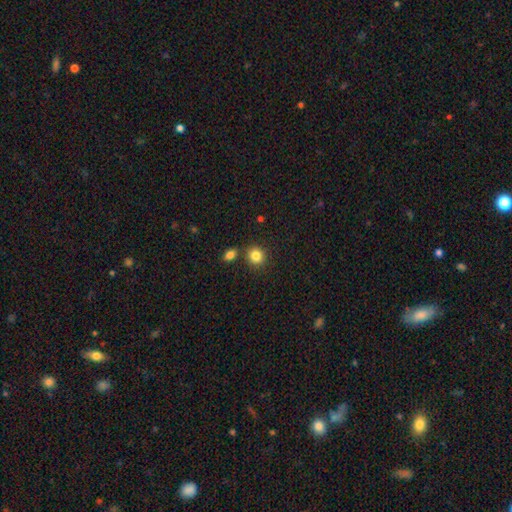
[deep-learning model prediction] Smooth or featured?
  - smooth: 84% *
  - star or artifact: 11%
  - featured or disk: 6%
How rounded?
  - round: 84% *
  - in between: 16%
  - cigar-shaped: 1%
Merging?
  - none: 79% *
  - merger: 10%
  - minor disturbance: 8%
  - major disturbance: 3%